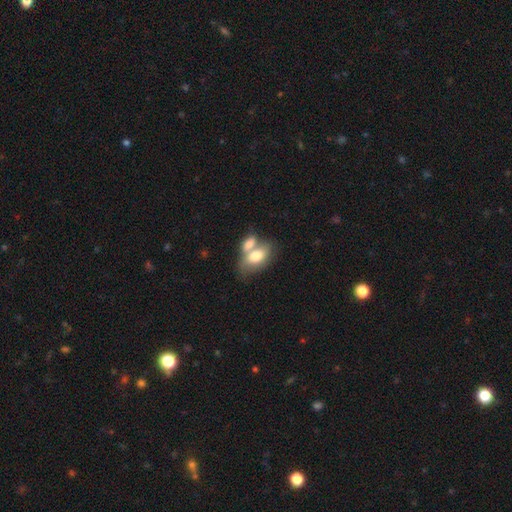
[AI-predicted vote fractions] smooth 73%, featured or disk 21%, star or artifact 7%. Down the decision tree: how rounded — in between (87%); merging — merger (63%).